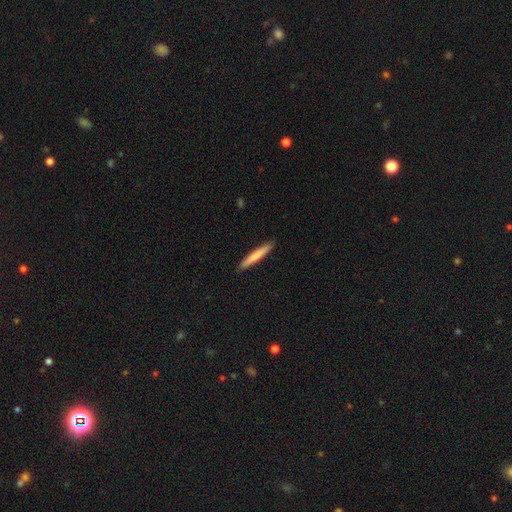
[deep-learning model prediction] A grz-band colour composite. It shows a smooth galaxy with no disk features (74%) that is cigar-shaped (95%). Merging: none (92%).